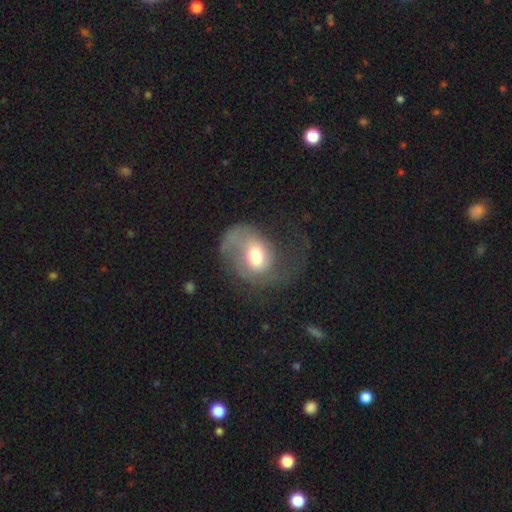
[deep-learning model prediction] A featured or disk galaxy (51%).

Vote fractions:
- Smooth or featured? featured or disk: 51% / smooth: 41% / star or artifact: 9%
- Edge-on disk? no: 96% / yes: 4%
- Merging? major disturbance: 49% / none: 29% / minor disturbance: 20% / merger: 2%